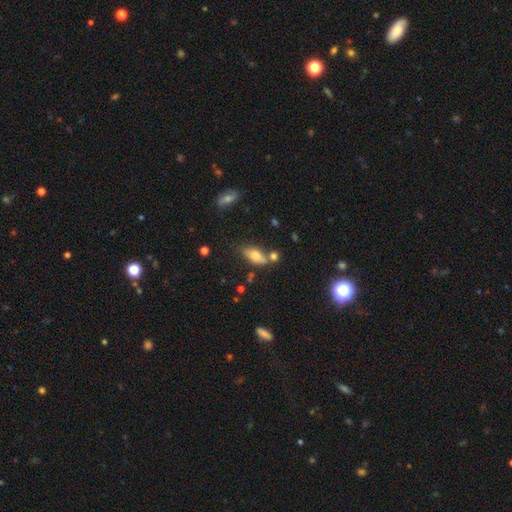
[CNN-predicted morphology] Q: Smooth or featured?
A: smooth (67%); runner-up: featured or disk (23%)
Q: How rounded?
A: in between (75%); runner-up: cigar-shaped (21%)
Q: Merging?
A: none (55%); runner-up: merger (19%)